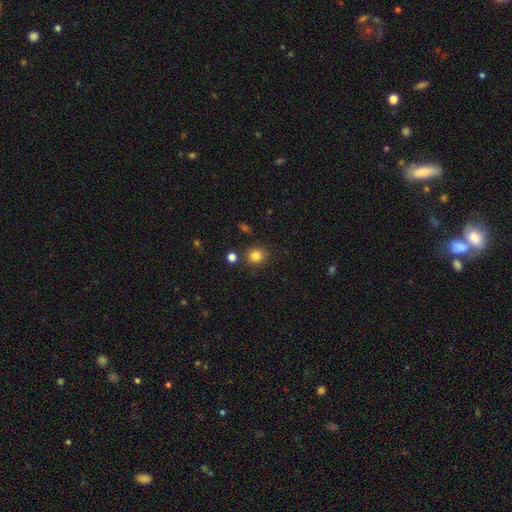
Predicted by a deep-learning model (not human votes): Smooth or featured: smooth — 83% (star or artifact — 12%)
How rounded: round — 80% (in between — 19%)
Merging: none — 82% (minor disturbance — 9%)